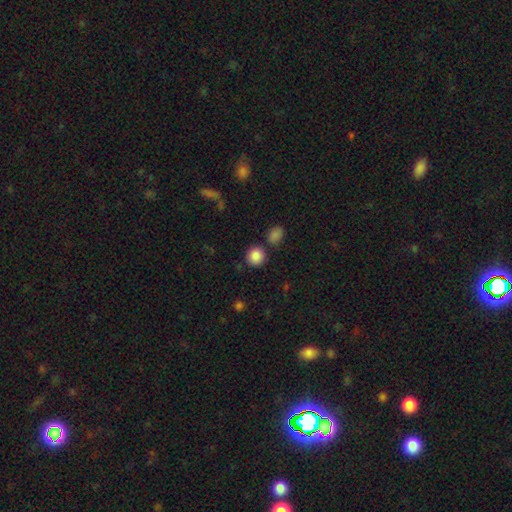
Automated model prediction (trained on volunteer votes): This is clearly a smooth galaxy (87%). How rounded: clearly round (88%). Merging: clearly none (81%).